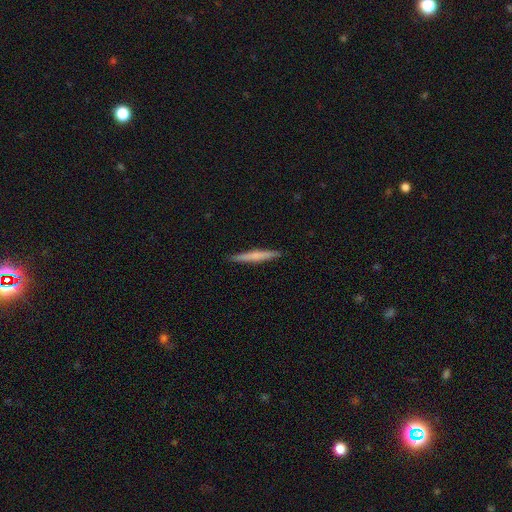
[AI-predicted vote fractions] The model was most divided on "smooth or featured": smooth: 54%, featured or disk: 41%, star or artifact: 5%. More confident: how rounded — cigar-shaped (96%); merging — none (92%).